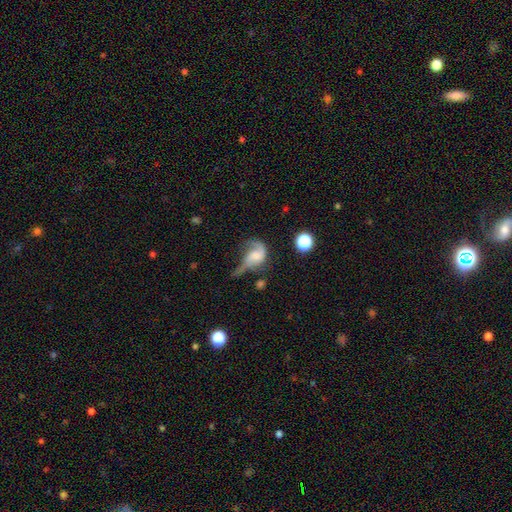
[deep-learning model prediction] The model was most divided on "bulge size": none: 31%, small: 29%, moderate: 25%, large: 11%, dominant: 4%. Remaining: edge-on disk — no (97%); spiral arms — yes (81%); bar — no (61%); smooth or featured — featured or disk (59%); merging — major disturbance (46%).